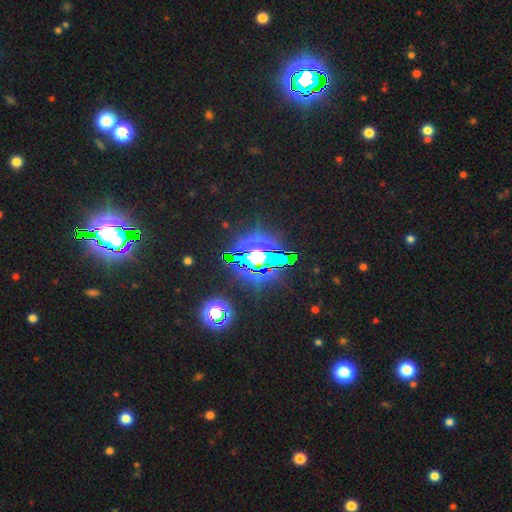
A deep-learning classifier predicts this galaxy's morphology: This appears to be a star or artifact, not a galaxy (76%).